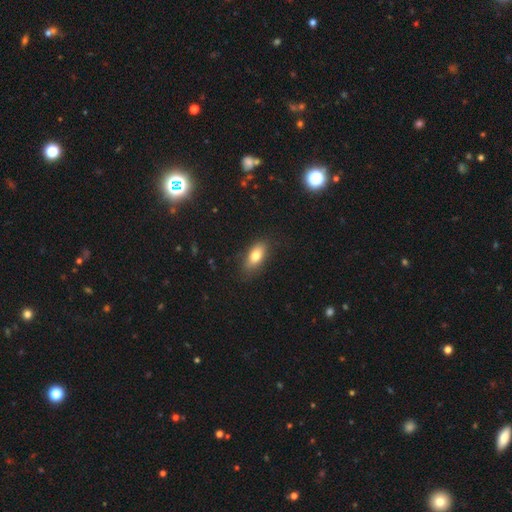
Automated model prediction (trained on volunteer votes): smooth-or-featured: smooth: 79% | featured or disk: 14% | star or artifact: 8%
  how-rounded: in between: 85% | cigar-shaped: 10% | round: 5%
  merging: none: 81% | minor disturbance: 15% | major disturbance: 4% | merger: 1%